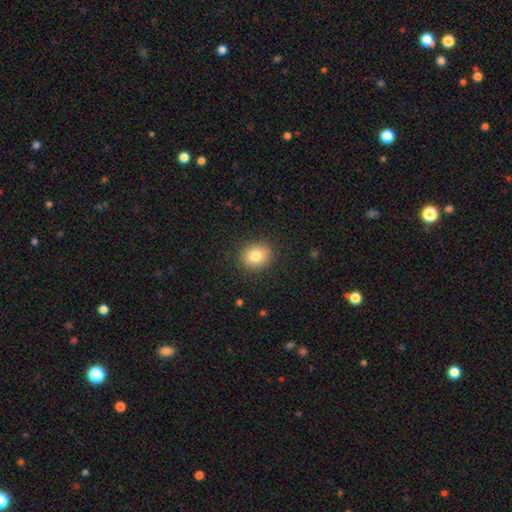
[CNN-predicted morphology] Smooth or featured: smooth — 82% (star or artifact — 10%)
How rounded: round — 67% (in between — 32%)
Merging: none — 88% (minor disturbance — 8%)